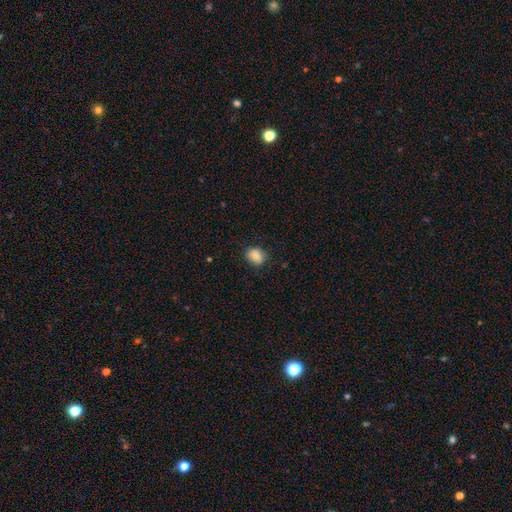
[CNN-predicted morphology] A smooth galaxy with no disk features (85%) that is in between round and cigar-shaped (50%). Merging: none (80%).